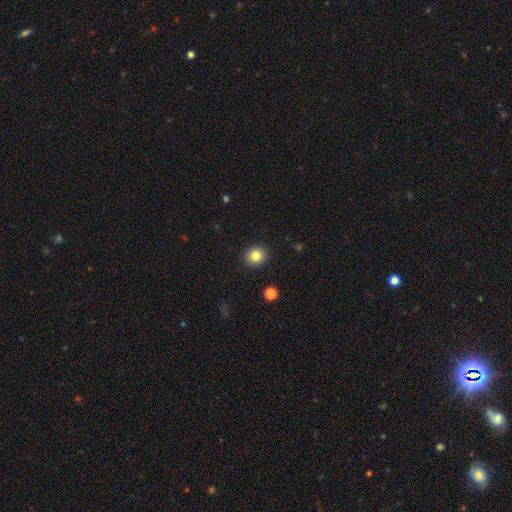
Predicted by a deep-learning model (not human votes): Smooth or featured: smooth — 82% (star or artifact — 11%)
How rounded: round — 87% (in between — 12%)
Merging: none — 92% (minor disturbance — 5%)